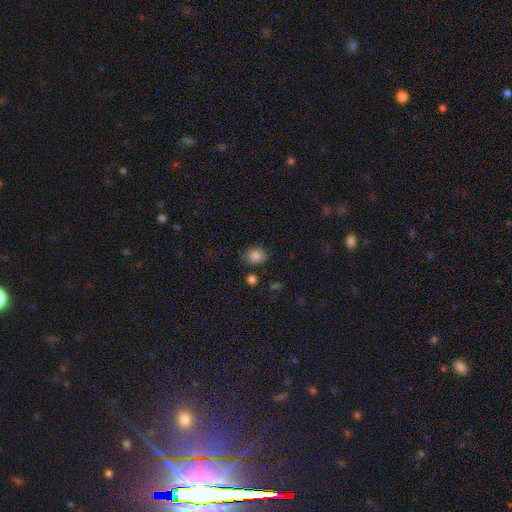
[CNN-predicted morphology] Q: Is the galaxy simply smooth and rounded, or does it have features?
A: smooth — 83%.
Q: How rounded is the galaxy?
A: round — 58%.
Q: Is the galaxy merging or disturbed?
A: none — 79%.